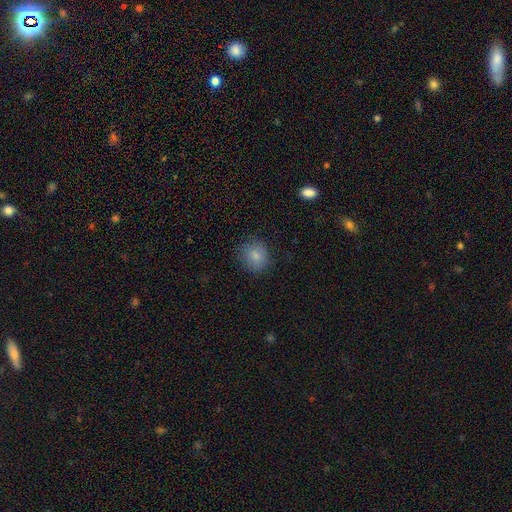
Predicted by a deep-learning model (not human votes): Overall: smooth (84%). How rounded: round (78%). Merging: none (82%).